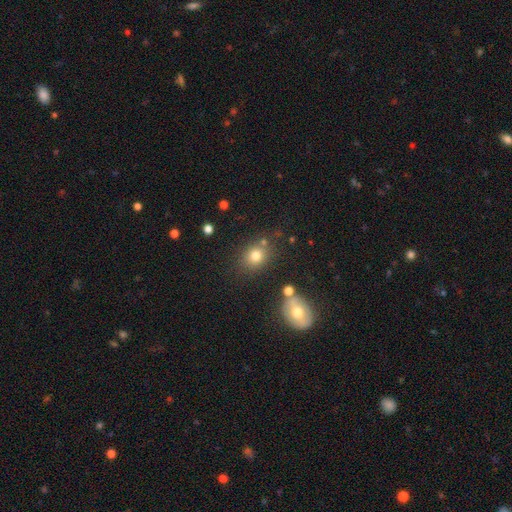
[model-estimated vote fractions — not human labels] smooth_or_featured: smooth (p=0.75) [alt: star or artifact p=0.15]
how_rounded: round (p=0.61) [alt: in between p=0.37]
merging: none (p=0.74) [alt: minor disturbance p=0.12]